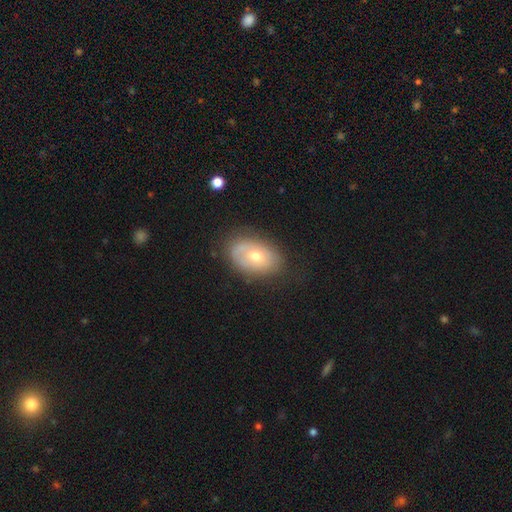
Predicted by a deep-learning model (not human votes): Smooth or featured? smooth (50%)
How rounded? in between (84%)
Merging? none (72%)